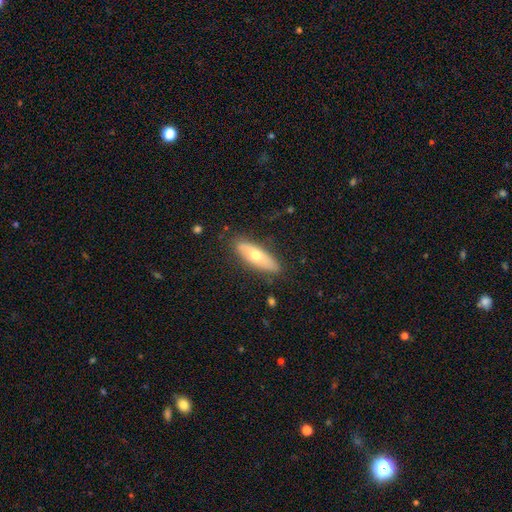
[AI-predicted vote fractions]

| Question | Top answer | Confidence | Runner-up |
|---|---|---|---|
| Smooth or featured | smooth | 58% | featured or disk (36%) |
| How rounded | in between | 58% | cigar-shaped (40%) |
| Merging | none | 84% | minor disturbance (12%) |